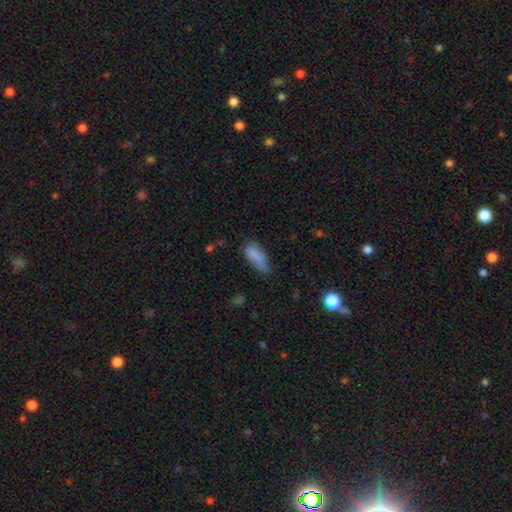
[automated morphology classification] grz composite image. It shows a smooth galaxy with no disk features (79%) that is in between round and cigar-shaped (80%). Merging: minor disturbance (40%).